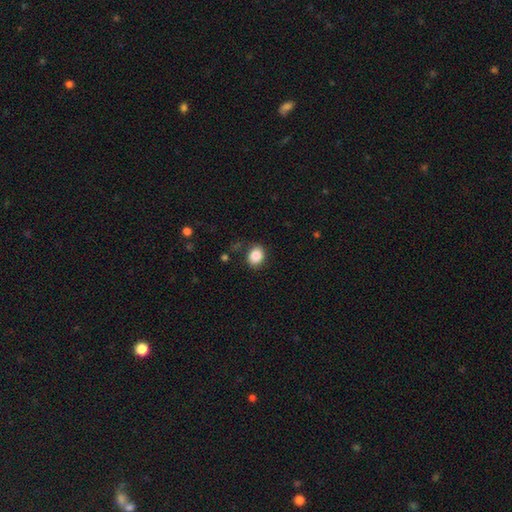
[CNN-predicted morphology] Smooth or featured? Predicted: smooth (p=0.86). How rounded? Predicted: round (p=0.50). Merging? Predicted: none (p=0.82).